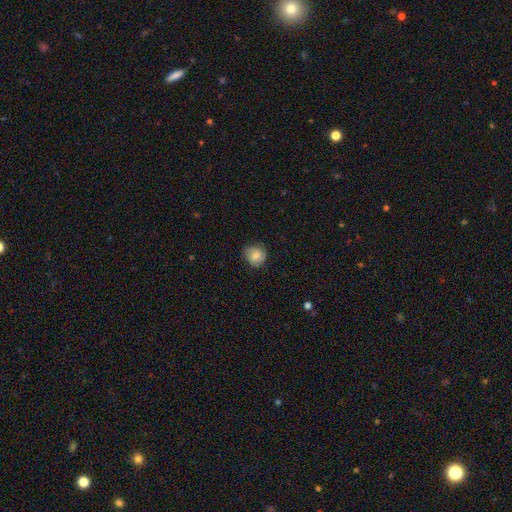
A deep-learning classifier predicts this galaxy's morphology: A smooth galaxy with no disk features (72%) that is round (82%). Merging: none (74%).